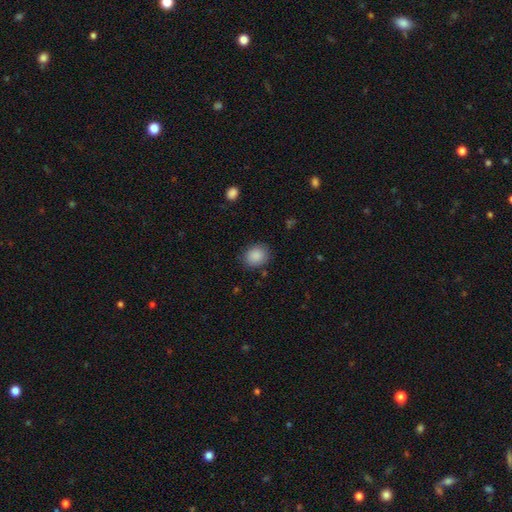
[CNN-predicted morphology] smooth-or-featured: smooth: 88% | star or artifact: 8% | featured or disk: 4%
  how-rounded: round: 58% | in between: 41% | cigar-shaped: 1%
  merging: none: 85% | minor disturbance: 11% | major disturbance: 3% | merger: 1%